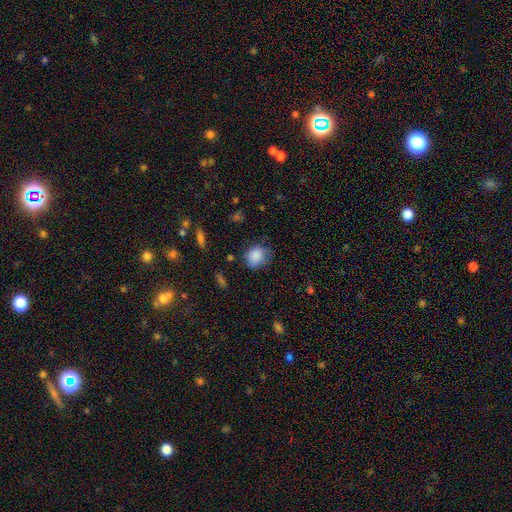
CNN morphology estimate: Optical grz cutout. It shows a smooth galaxy with no disk features (85%) that is round (69%). Merging: none (63%).